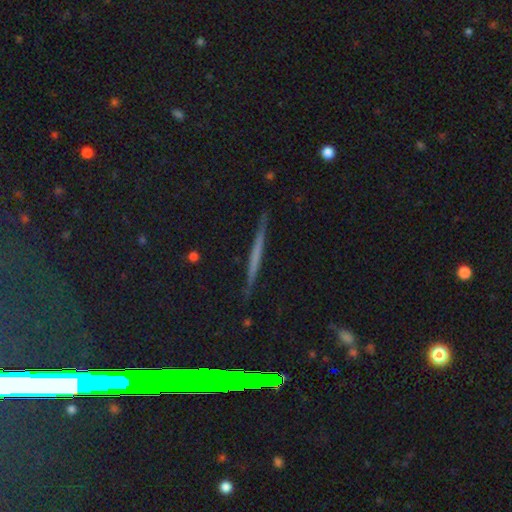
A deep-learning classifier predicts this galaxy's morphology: featured or disk 53%, smooth 31%, star or artifact 16%. Down the decision tree: edge-on disk — yes (95%); edge-on bulge — none (82%); merging — none (88%).